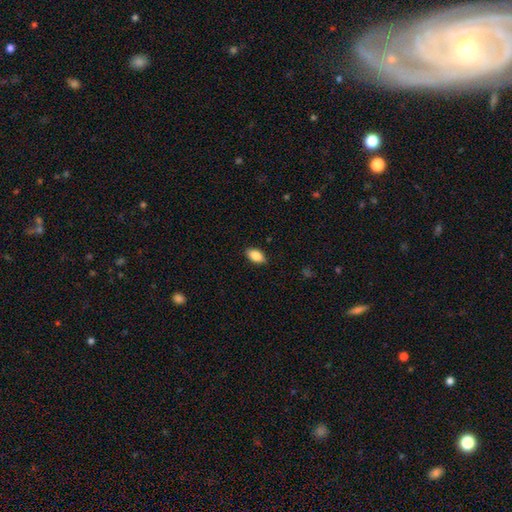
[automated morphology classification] smooth_or_featured: smooth (p=0.87) [alt: star or artifact p=0.07]
how_rounded: in between (p=0.92) [alt: round p=0.05]
merging: none (p=0.88) [alt: minor disturbance p=0.09]